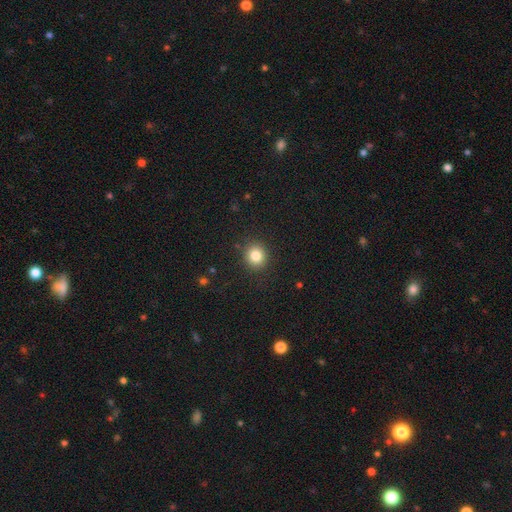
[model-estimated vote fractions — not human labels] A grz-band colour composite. It shows a smooth galaxy with no disk features (82%) that is round (86%). Merging: none (90%).